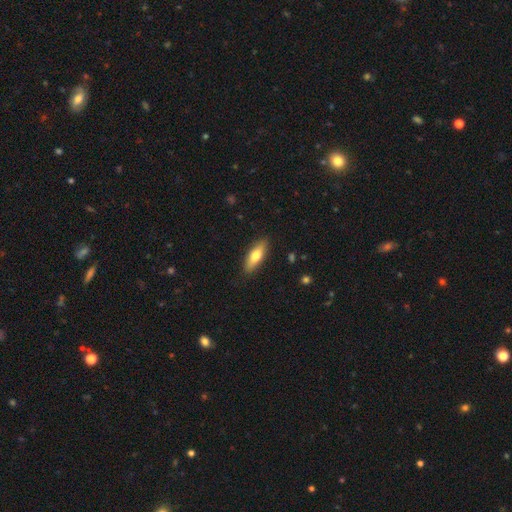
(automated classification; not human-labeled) Overall: smooth (70%). How rounded: in between (59%; cigar-shaped 39%). Merging: none (88%).